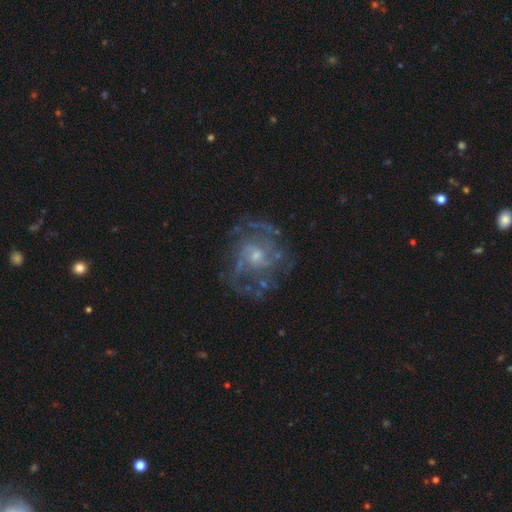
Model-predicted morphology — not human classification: Smooth or featured?
  - featured or disk: 84% *
  - smooth: 9%
  - star or artifact: 8%
Edge-on disk?
  - no: 98% *
  - yes: 2%
Bar?
  - no: 65% *
  - weak: 30%
  - strong: 5%
Spiral arms?
  - yes: 88% *
  - no: 12%
Spiral winding?
  - medium: 47% *
  - tight: 35%
  - loose: 18%
Spiral arm count?
  - 2: 29% * (tied)
  - can't tell: 29% * (tied)
  - 3: 21%
  - 4: 9%
  - 1: 6%
  - more than 4: 5%
Bulge size?
  - small: 58% *
  - moderate: 35%
  - none: 4%
  - large: 2%
  - dominant: 1%
Merging?
  - none: 66% *
  - minor disturbance: 17%
  - major disturbance: 15%
  - merger: 2%